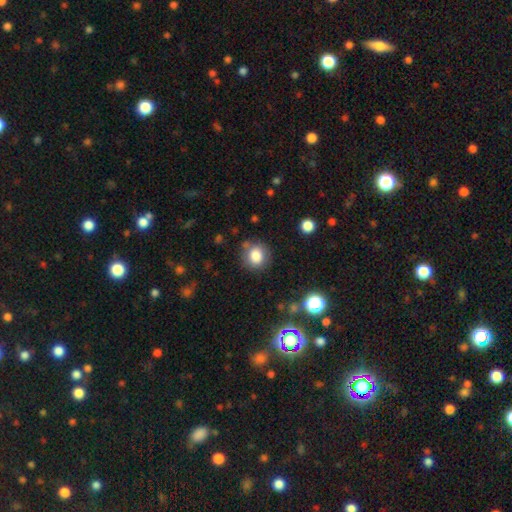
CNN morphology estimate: Overall: smooth (82%). How rounded: round (83%). Merging: none (79%).